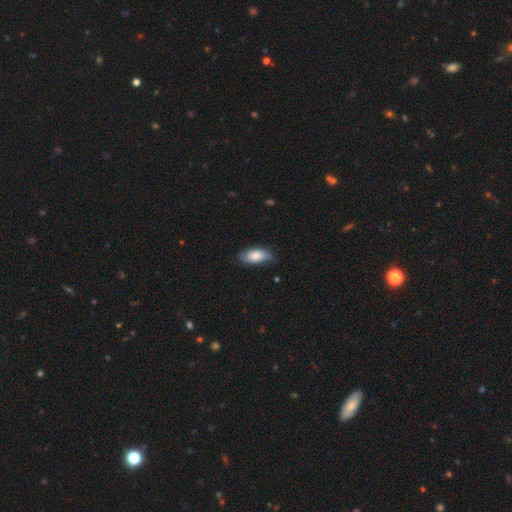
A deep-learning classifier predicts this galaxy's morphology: type=smooth (81%); roundness=in between (89%); merging=none (66%).